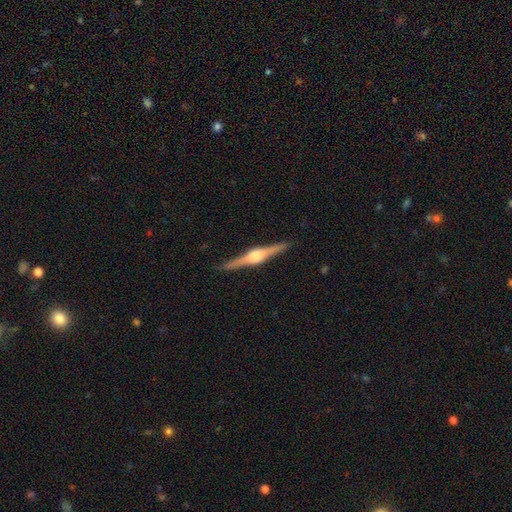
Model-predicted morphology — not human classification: A featured or disk galaxy (85%) viewed edge-on (98%) with a rounded central bulge (84%). Merging: none (91%).